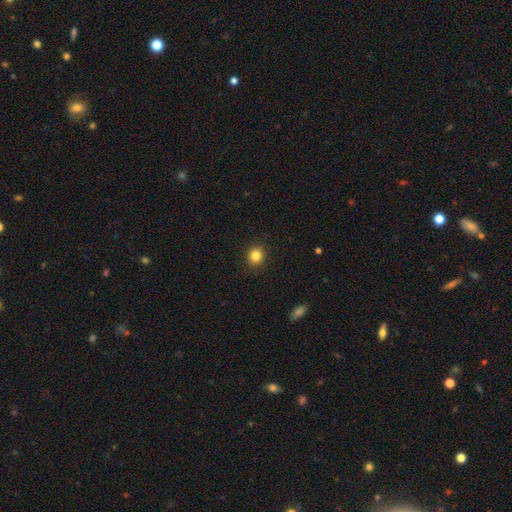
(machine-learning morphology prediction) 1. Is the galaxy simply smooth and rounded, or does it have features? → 84% smooth, 11% star or artifact, 5% featured or disk.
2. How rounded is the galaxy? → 86% round, 13% in between, 1% cigar-shaped.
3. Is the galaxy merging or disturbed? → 91% none, 6% minor disturbance, 2% major disturbance, 1% merger.